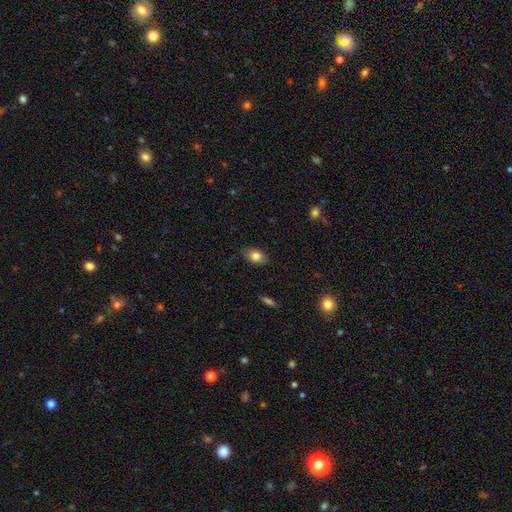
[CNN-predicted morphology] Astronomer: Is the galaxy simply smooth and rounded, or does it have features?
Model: smooth — 81%.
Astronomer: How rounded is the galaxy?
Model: in between — 85%.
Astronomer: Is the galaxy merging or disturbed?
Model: none — 84%.